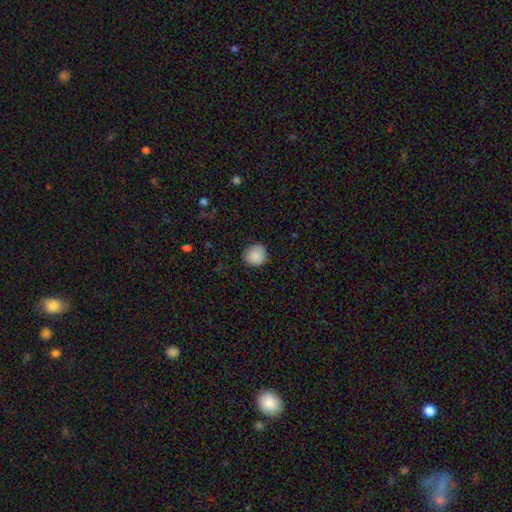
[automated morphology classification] Q: Smooth or featured?
A: smooth (89%); runner-up: star or artifact (8%)
Q: How rounded?
A: round (86%); runner-up: in between (13%)
Q: Merging?
A: none (85%); runner-up: minor disturbance (12%)